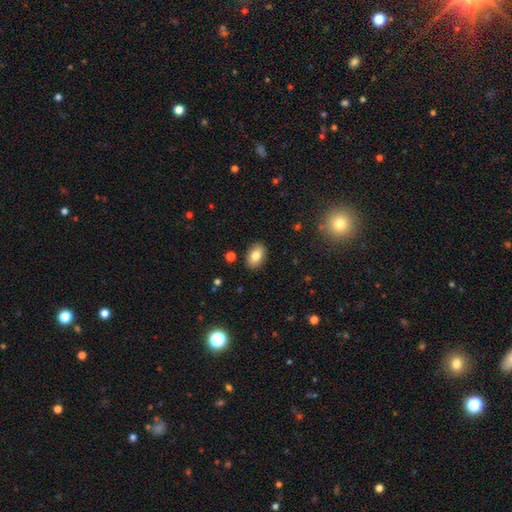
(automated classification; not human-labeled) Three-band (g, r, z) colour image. It shows a smooth galaxy with no disk features (80%) that is in between round and cigar-shaped (87%). Merging: none (88%).